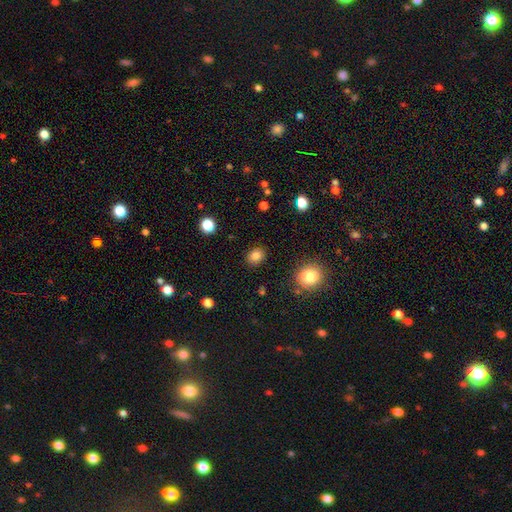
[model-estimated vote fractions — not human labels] smooth-or-featured: smooth: 83% | star or artifact: 11% | featured or disk: 6%
  how-rounded: round: 55% | in between: 44% | cigar-shaped: 1%
  merging: none: 89% | minor disturbance: 8% | major disturbance: 2% | merger: 1%